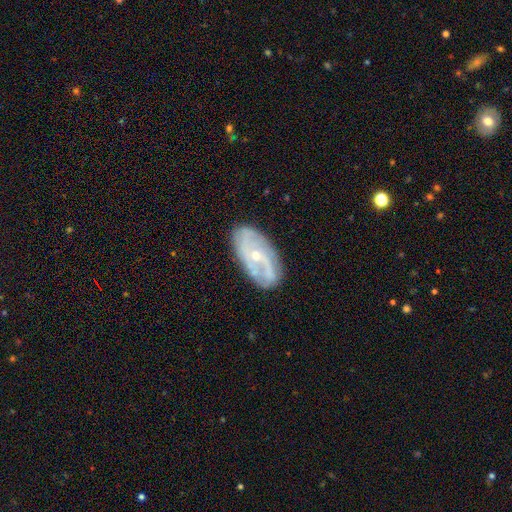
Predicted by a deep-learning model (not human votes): Overall: featured or disk (77%). Edge-on disk: no (93%). Bar: no (63%; weak 28%). Spiral arms: yes (83%). Spiral arm count: 2 (50%; can't tell 28%). Spiral winding: medium (39%; tight 34%). Bulge size: small (69%). Merging: none (76%).